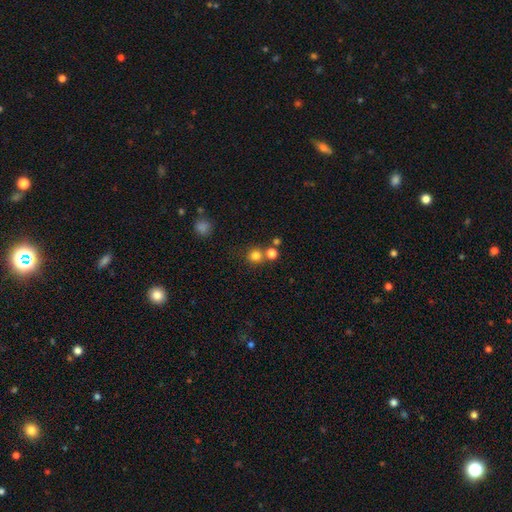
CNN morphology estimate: smooth_or_featured: smooth (p=0.78) [alt: star or artifact p=0.16]
how_rounded: round (p=0.90) [alt: in between p=0.09]
merging: none (p=0.67) [alt: merger p=0.22]